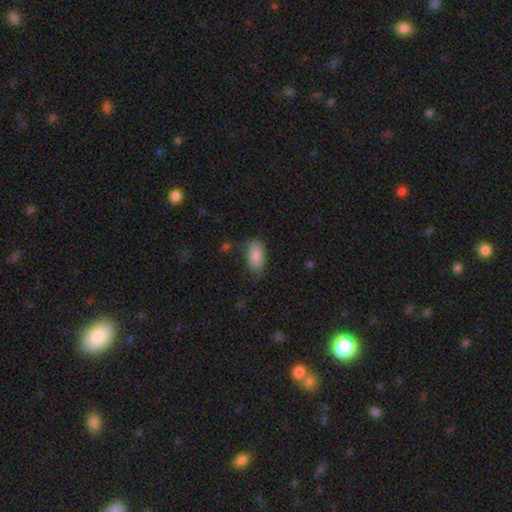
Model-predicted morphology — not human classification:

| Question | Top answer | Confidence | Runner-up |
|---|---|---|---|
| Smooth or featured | smooth | 86% | star or artifact (7%) |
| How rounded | in between | 92% | cigar-shaped (5%) |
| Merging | none | 77% | minor disturbance (17%) |